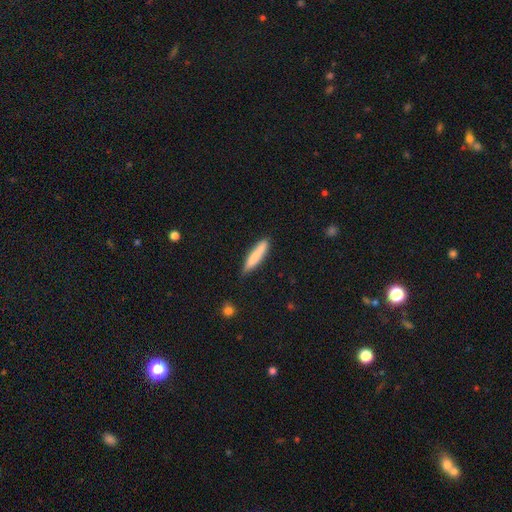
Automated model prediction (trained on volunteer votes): Smooth or featured? Predicted: smooth (p=0.80). How rounded? Predicted: cigar-shaped (p=0.85). Merging? Predicted: none (p=0.79).